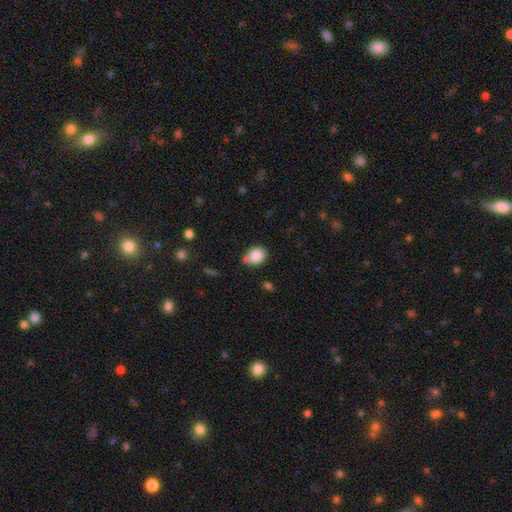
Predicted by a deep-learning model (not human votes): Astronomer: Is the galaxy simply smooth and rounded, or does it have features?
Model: smooth — 86%.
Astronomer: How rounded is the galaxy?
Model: in between — 64%.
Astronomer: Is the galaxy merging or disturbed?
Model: none — 60%.